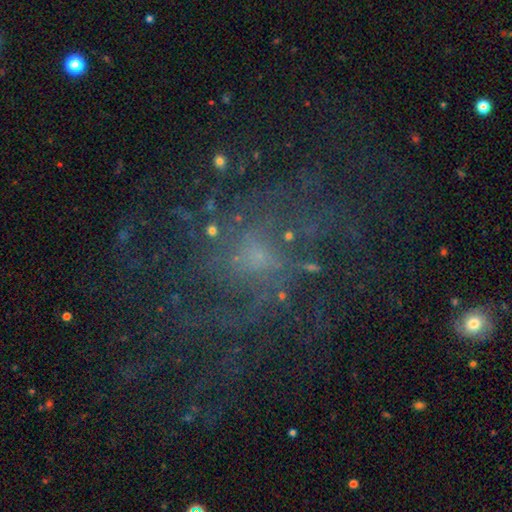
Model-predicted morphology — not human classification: A featured or disk galaxy (67%) with no bar (73%), medium (39%) spiral arms (78%) and a small central bulge (59%). Merging: none (68%).